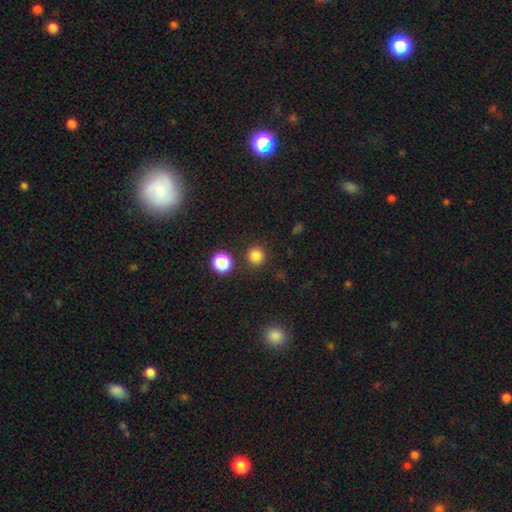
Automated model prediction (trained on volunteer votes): This is clearly a smooth galaxy (82%). How rounded: clearly round (93%). Merging: clearly none (88%).